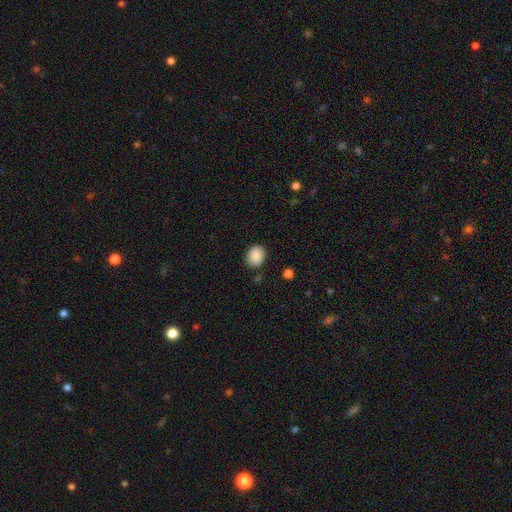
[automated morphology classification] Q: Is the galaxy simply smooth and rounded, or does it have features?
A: smooth — 88%.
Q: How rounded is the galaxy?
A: in between — 53%.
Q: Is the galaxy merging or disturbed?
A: none — 85%.